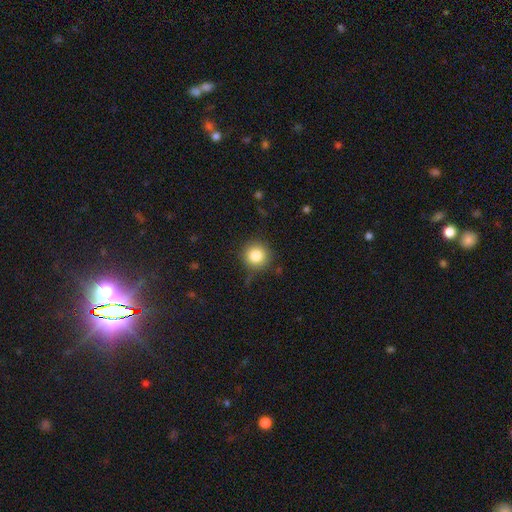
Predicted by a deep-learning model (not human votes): Smooth or featured: smooth — 84% (star or artifact — 10%)
How rounded: round — 94% (in between — 5%)
Merging: none — 82% (minor disturbance — 12%)